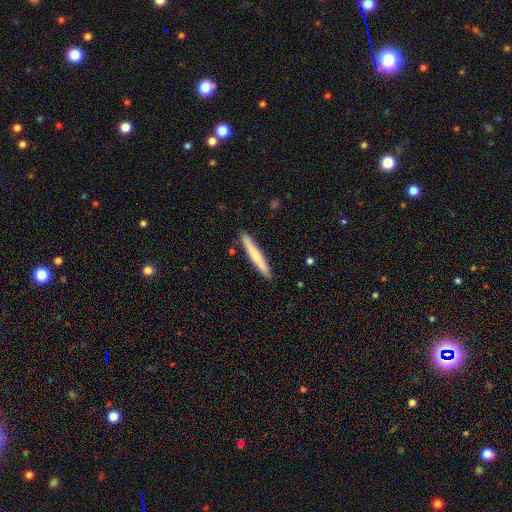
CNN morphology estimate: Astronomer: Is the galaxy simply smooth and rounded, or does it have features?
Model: smooth — 62%.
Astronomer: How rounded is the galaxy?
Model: cigar-shaped — 95%.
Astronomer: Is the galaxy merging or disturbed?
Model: none — 89%.